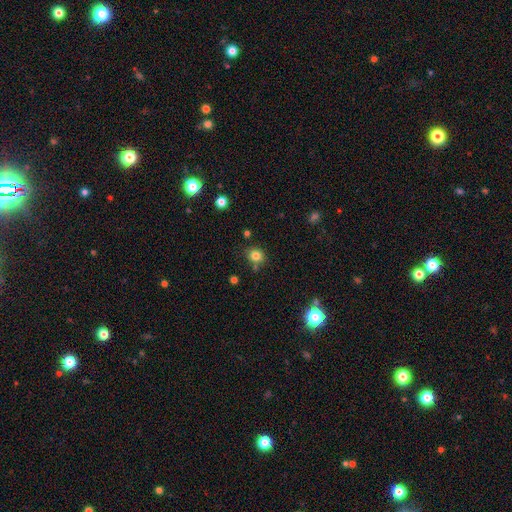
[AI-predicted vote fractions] Smooth or featured: smooth — 81% (star or artifact — 13%)
How rounded: round — 80% (in between — 19%)
Merging: none — 78% (minor disturbance — 12%)